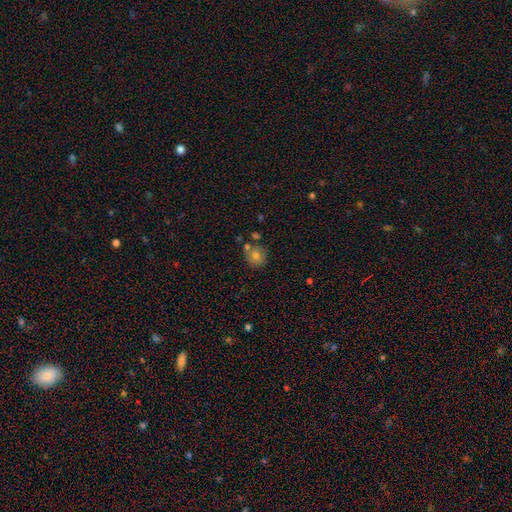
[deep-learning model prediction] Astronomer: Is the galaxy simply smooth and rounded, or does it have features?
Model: smooth — 74%.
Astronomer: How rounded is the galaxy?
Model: round — 84%.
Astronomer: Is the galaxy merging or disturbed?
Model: none — 65%.